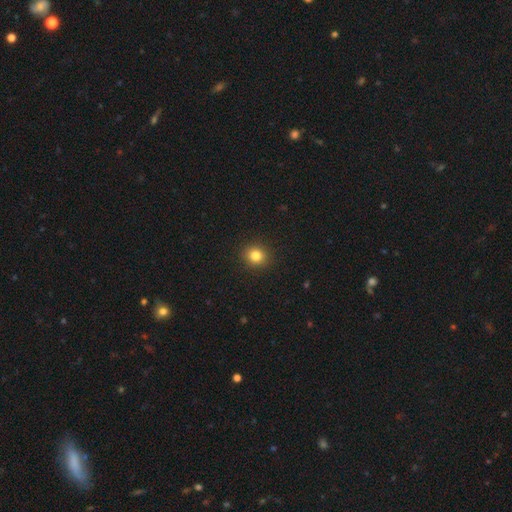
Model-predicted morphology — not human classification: smooth 82%, star or artifact 12%, featured or disk 6%. Down the decision tree: how rounded — round (87%); merging — none (92%).